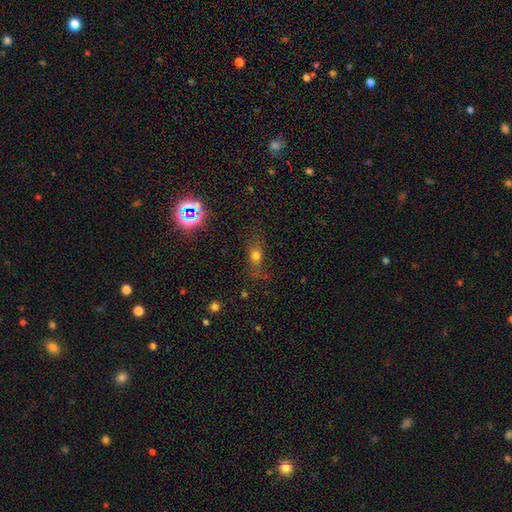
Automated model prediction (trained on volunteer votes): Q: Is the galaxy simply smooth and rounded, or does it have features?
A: smooth — 65%.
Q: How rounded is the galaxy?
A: in between — 62%.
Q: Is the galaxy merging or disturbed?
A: none — 63%.